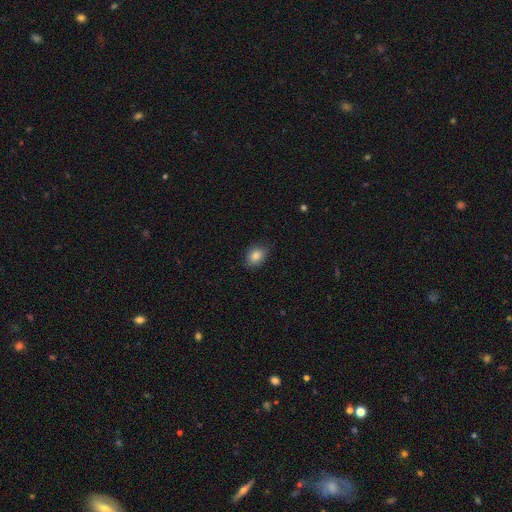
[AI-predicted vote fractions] Smooth or featured? smooth (85%)
How rounded? in between (67%)
Merging? none (79%)